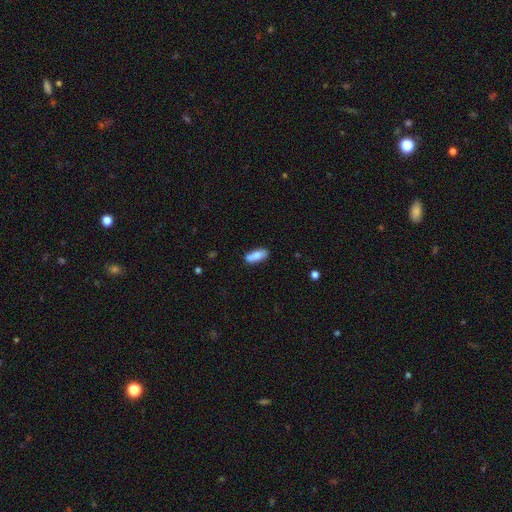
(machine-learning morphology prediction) Smooth or featured: smooth — 80% (featured or disk — 13%)
How rounded: in between — 70% (cigar-shaped — 27%)
Merging: none — 74% (minor disturbance — 16%)